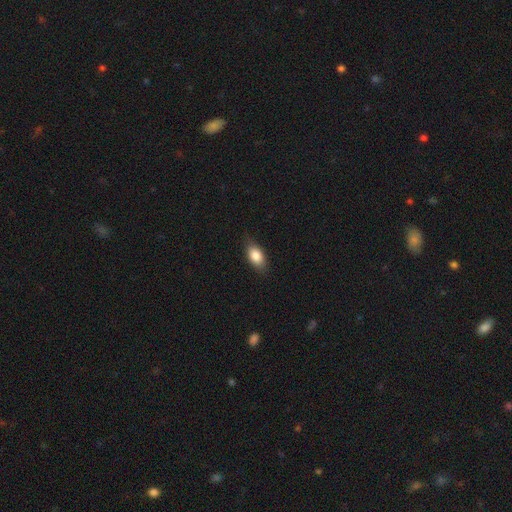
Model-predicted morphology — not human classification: smooth 82%, featured or disk 10%, star or artifact 7%. Down the decision tree: how rounded — in between (88%); merging — none (81%).